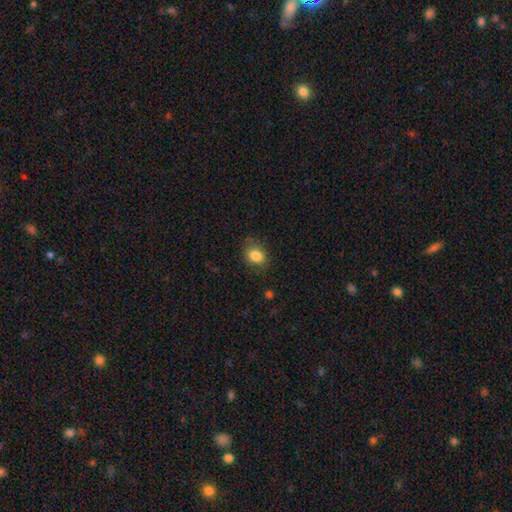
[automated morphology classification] Smooth or featured: smooth — 84% (star or artifact — 9%)
How rounded: in between — 65% (round — 34%)
Merging: none — 74% (minor disturbance — 19%)